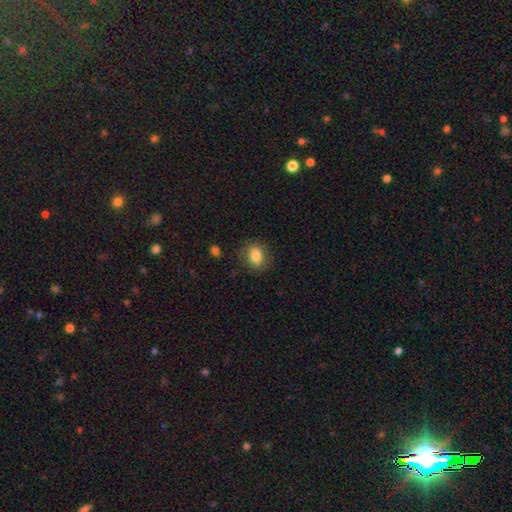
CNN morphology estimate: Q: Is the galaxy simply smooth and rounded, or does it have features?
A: smooth — 81%.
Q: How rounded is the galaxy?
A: in between — 61%.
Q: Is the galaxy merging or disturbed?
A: none — 82%.